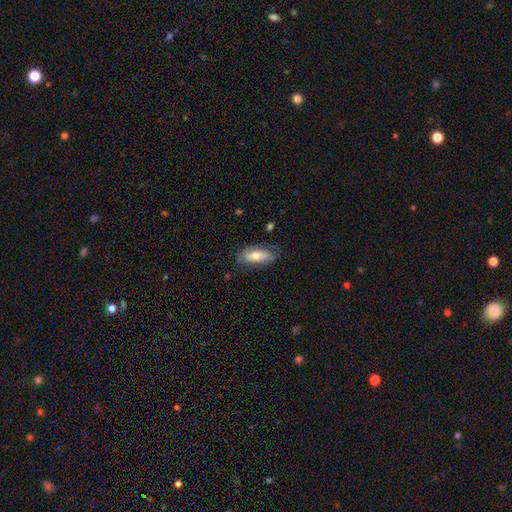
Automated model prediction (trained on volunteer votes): Morphology: type=smooth (64%); roundness=in between (79%); merging=none (72%).